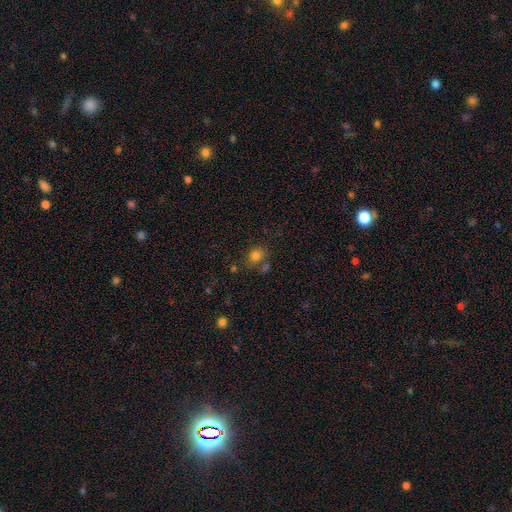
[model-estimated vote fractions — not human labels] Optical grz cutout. It shows a smooth galaxy with no disk features (78%) that is round (73%). Merging: none (65%).